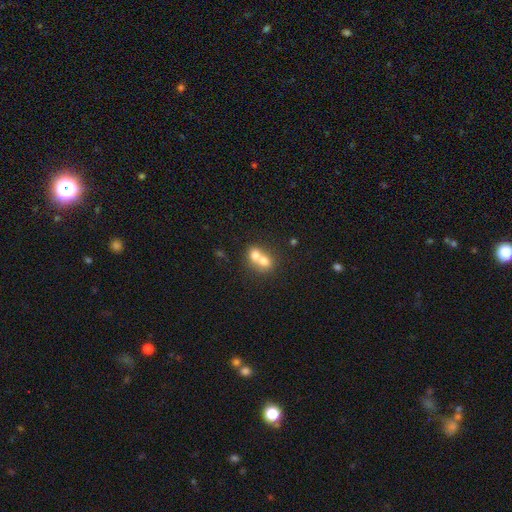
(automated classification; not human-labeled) smooth_or_featured: smooth (p=0.69) [alt: featured or disk p=0.21]
how_rounded: round (p=0.59) [alt: in between p=0.40]
merging: merger (p=0.74) [alt: none p=0.19]